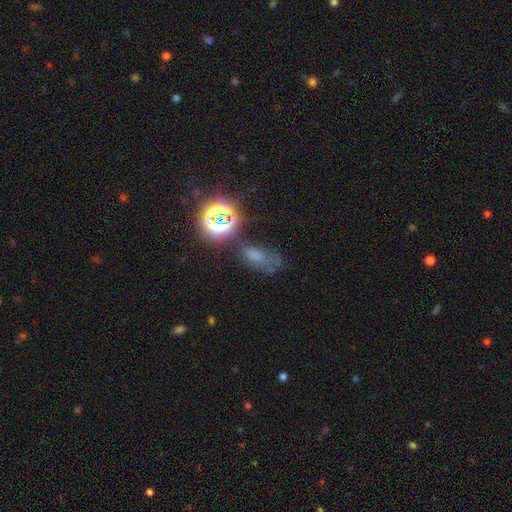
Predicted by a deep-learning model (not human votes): Smooth or featured? smooth (48%)
Merging? none (39%)